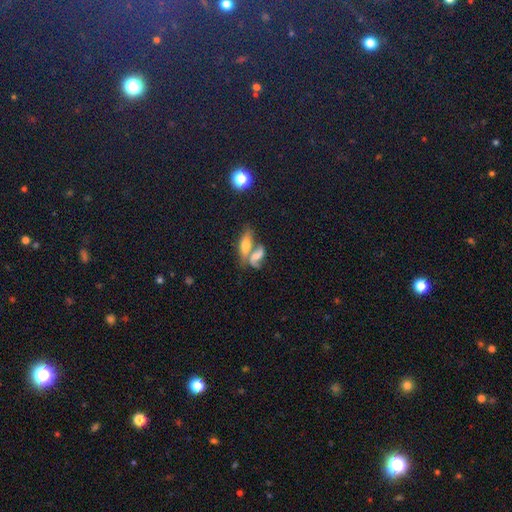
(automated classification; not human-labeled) A featured or disk galaxy (45%).

Vote fractions:
- Smooth or featured? featured or disk: 45% / smooth: 43% / star or artifact: 12%
- Merging? merger: 58% / none: 27% / minor disturbance: 9% / major disturbance: 6%